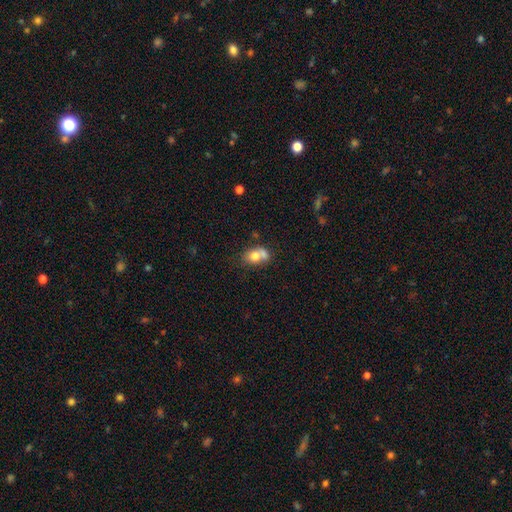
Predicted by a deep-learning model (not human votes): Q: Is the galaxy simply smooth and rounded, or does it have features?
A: smooth — 73%.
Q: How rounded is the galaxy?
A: in between — 56%.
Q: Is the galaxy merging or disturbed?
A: merger — 50%.